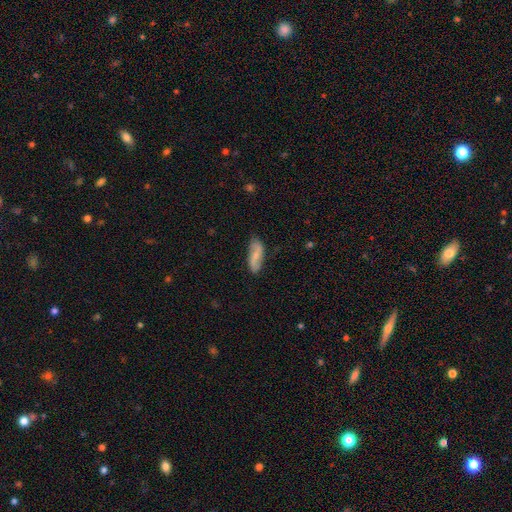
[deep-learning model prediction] Smooth or featured?
  - smooth: 56% *
  - featured or disk: 37%
  - star or artifact: 7%
How rounded?
  - in between: 65% *
  - cigar-shaped: 32%
  - round: 3%
Merging?
  - none: 75% *
  - minor disturbance: 19%
  - major disturbance: 4%
  - merger: 2%